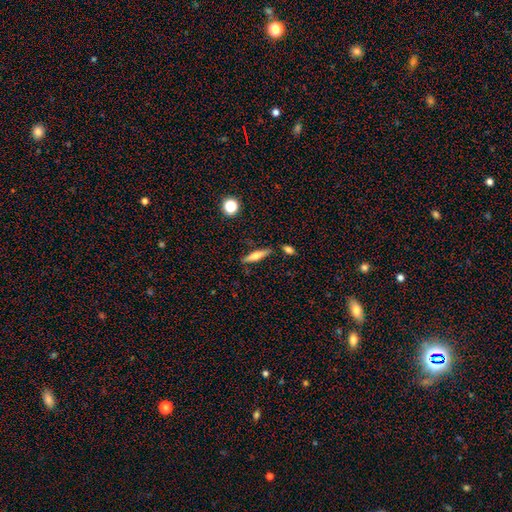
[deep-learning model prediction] smooth_or_featured: smooth (p=0.52) [alt: featured or disk p=0.40]
how_rounded: cigar-shaped (p=0.81) [alt: in between p=0.16]
merging: none (p=0.84) [alt: minor disturbance p=0.09]